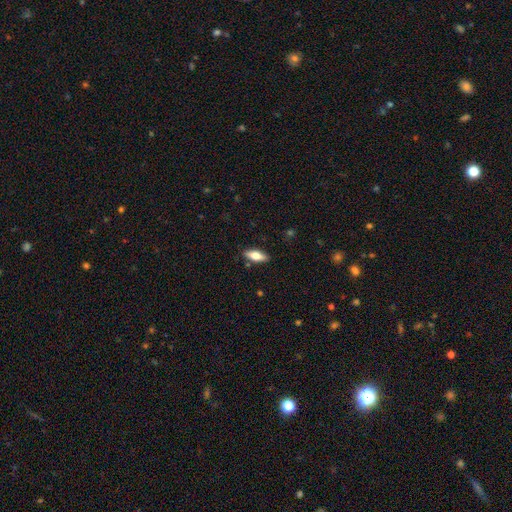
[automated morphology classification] smooth 69%, featured or disk 25%, star or artifact 6%. Down the decision tree: how rounded — in between (71%); merging — none (87%).